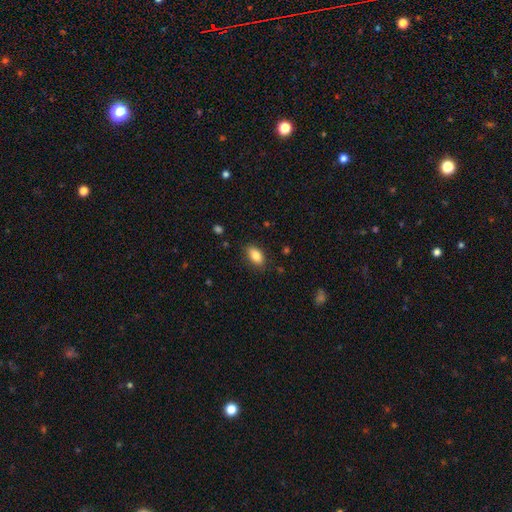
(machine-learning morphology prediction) Smooth or featured? Predicted: smooth (p=0.85). How rounded? Predicted: in between (p=0.90). Merging? Predicted: none (p=0.85).